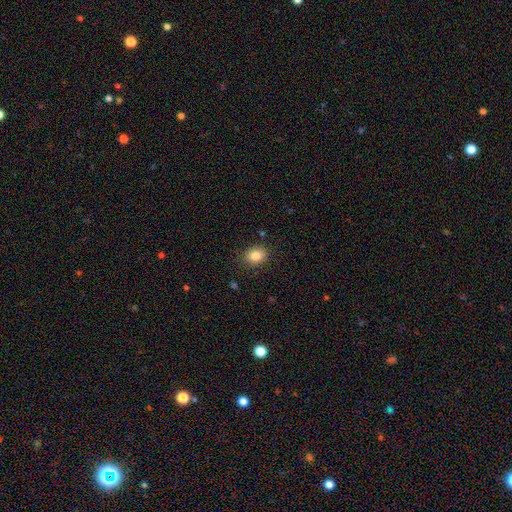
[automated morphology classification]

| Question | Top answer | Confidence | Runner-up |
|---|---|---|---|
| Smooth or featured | smooth | 84% | star or artifact (10%) |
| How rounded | in between | 57% | round (42%) |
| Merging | none | 86% | minor disturbance (10%) |